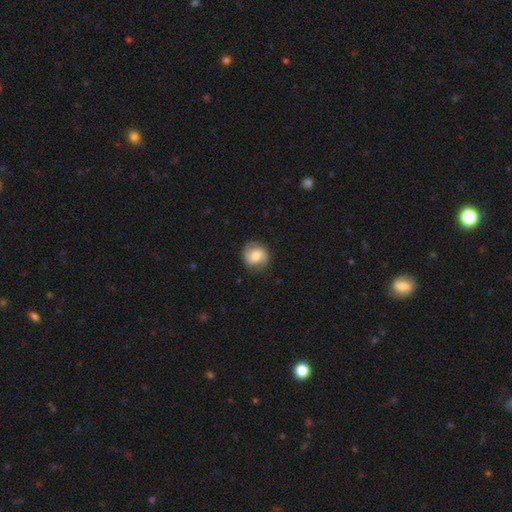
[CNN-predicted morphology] Smooth or featured? Predicted: featured or disk (p=0.51). Edge-on disk? Predicted: no (p=0.97). Merging? Predicted: none (p=0.83).